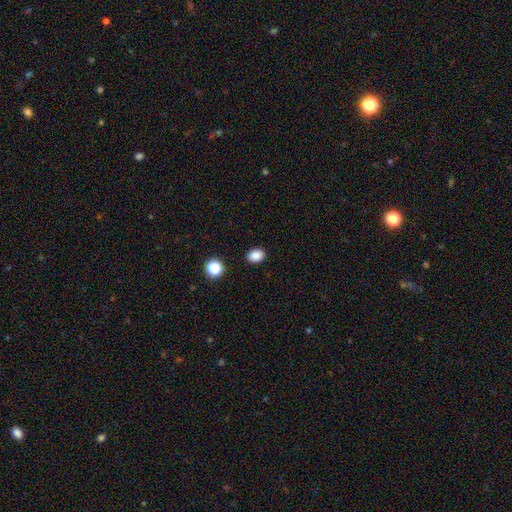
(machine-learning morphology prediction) type=smooth (85%); roundness=in between (71%); merging=none (89%).